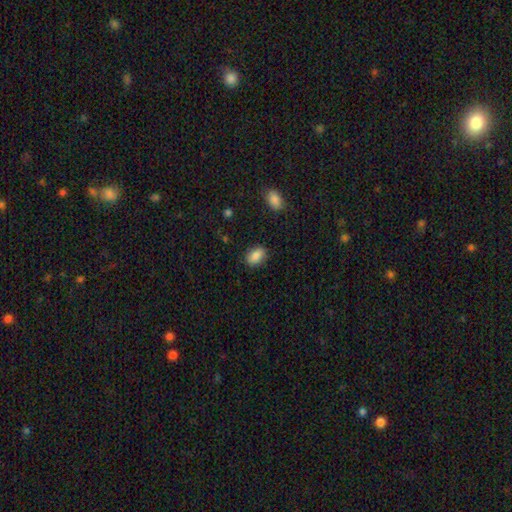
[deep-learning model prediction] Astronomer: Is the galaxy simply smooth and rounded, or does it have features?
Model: smooth — 88%.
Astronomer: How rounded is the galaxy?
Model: in between — 88%.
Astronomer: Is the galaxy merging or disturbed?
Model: none — 86%.